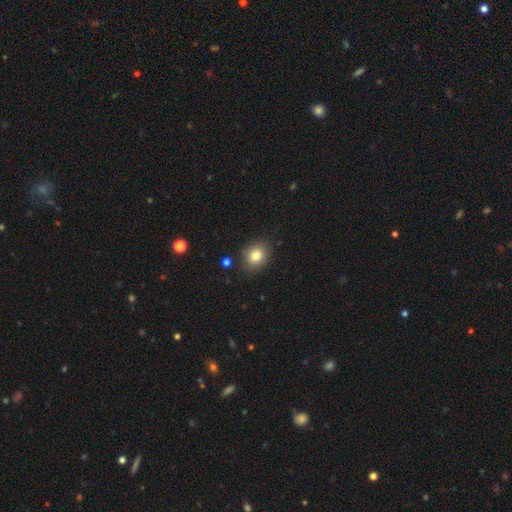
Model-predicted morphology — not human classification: smooth_or_featured: smooth (p=0.81) [alt: star or artifact p=0.10]
how_rounded: round (p=0.53) [alt: in between p=0.47]
merging: none (p=0.85) [alt: minor disturbance p=0.10]